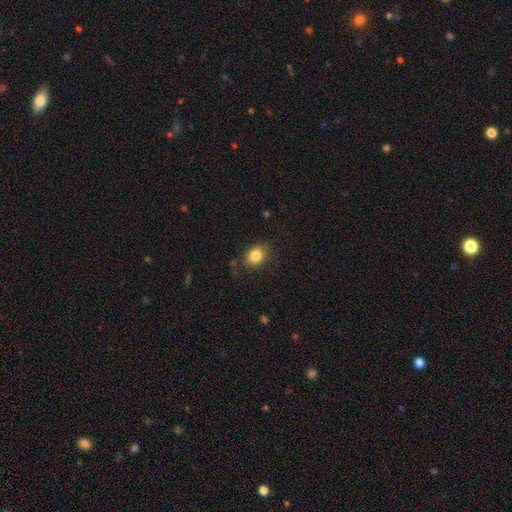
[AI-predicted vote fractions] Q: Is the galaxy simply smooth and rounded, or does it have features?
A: smooth — 83%.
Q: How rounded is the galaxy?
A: round — 51%.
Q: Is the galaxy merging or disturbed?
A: none — 81%.